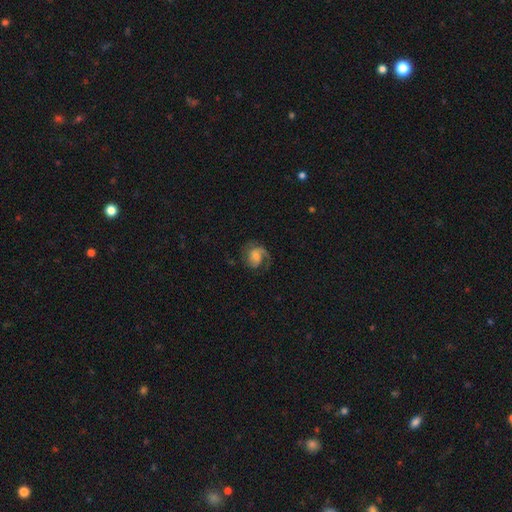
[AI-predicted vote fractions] smooth_or_featured: featured or disk (p=0.77) [alt: smooth p=0.16]
disk_edge_on: no (p=0.98) [alt: yes p=0.02]
bar: no (p=0.54) [alt: weak p=0.38]
has_spiral_arms: yes (p=0.95) [alt: no p=0.05]
spiral_winding: medium (p=0.49) [alt: tight p=0.29]
spiral_arm_count: 2 (p=0.61) [alt: 1 p=0.27]
bulge_size: small (p=0.41) [alt: moderate p=0.34]
merging: none (p=0.64) [alt: minor disturbance p=0.18]